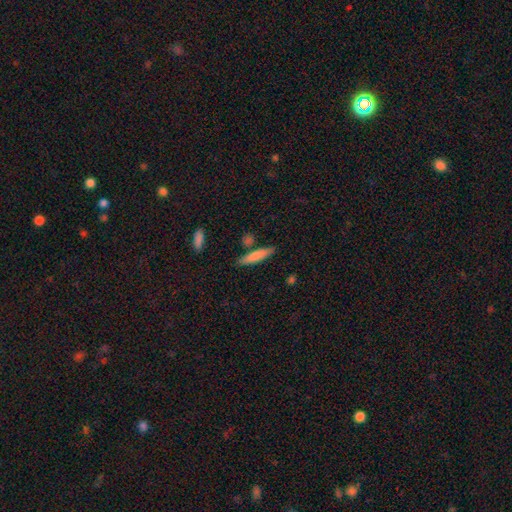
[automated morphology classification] Smooth or featured?
  - smooth: 76% *
  - featured or disk: 18%
  - star or artifact: 6%
How rounded?
  - cigar-shaped: 87% *
  - in between: 11%
  - round: 2%
Merging?
  - none: 83% *
  - minor disturbance: 10%
  - merger: 6%
  - major disturbance: 2%